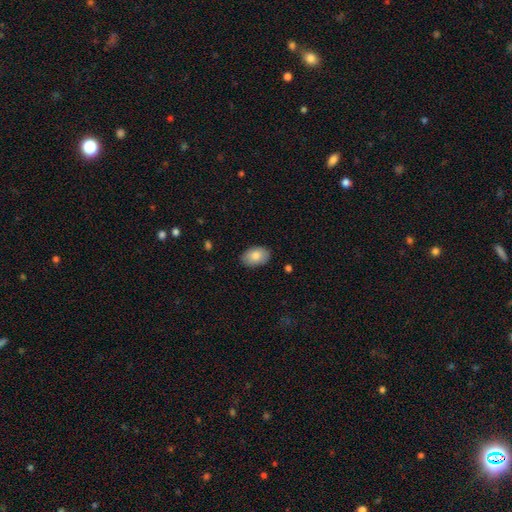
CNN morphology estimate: Q: Smooth or featured?
A: smooth (83%); runner-up: featured or disk (11%)
Q: How rounded?
A: in between (88%); runner-up: round (11%)
Q: Merging?
A: none (87%); runner-up: minor disturbance (10%)